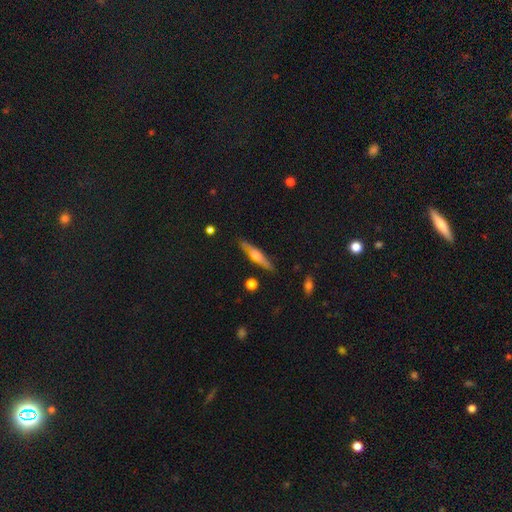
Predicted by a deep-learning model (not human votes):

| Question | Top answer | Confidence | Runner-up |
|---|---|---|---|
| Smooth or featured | featured or disk | 54% | smooth (39%) |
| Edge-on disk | yes | 81% | no (19%) |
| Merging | none | 77% | minor disturbance (17%) |